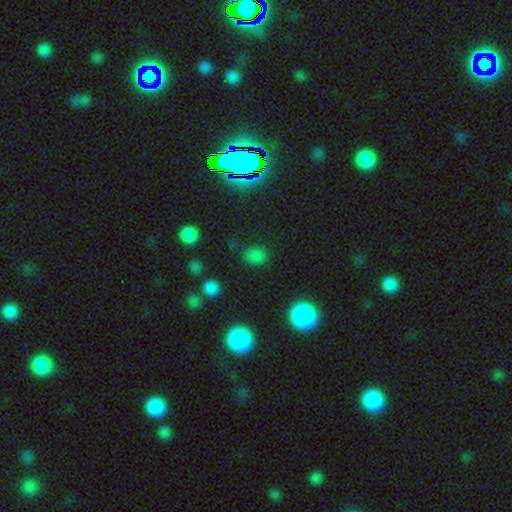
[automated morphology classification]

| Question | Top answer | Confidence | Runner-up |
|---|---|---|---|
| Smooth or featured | smooth | 69% | star or artifact (26%) |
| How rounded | in between | 51% | round (47%) |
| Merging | none | 80% | minor disturbance (13%) |